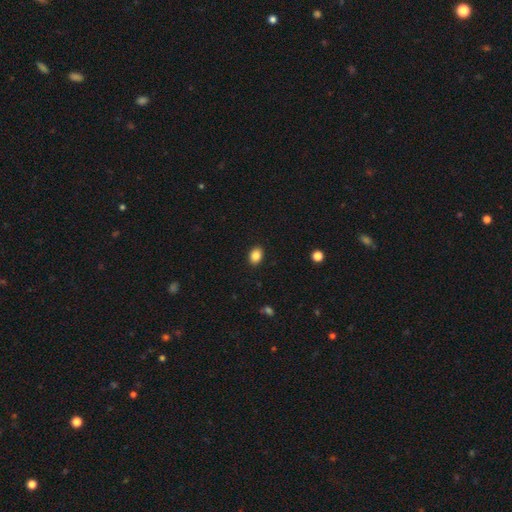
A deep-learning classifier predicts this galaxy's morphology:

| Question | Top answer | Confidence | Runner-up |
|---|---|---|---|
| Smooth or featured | smooth | 85% | star or artifact (9%) |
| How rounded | in between | 70% | round (29%) |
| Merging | none | 90% | minor disturbance (7%) |